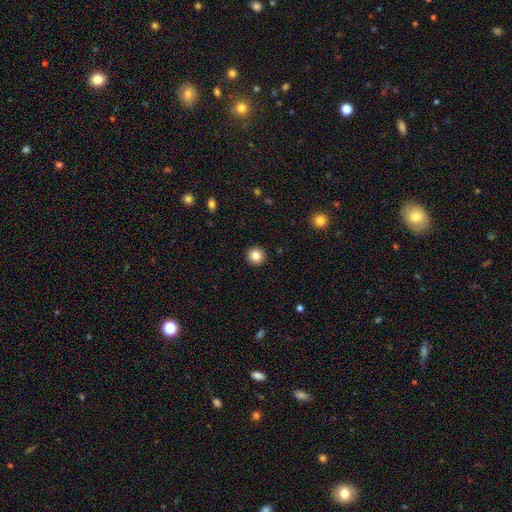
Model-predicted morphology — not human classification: smooth 84%, star or artifact 10%, featured or disk 6%. Down the decision tree: how rounded — round (95%); merging — none (93%).